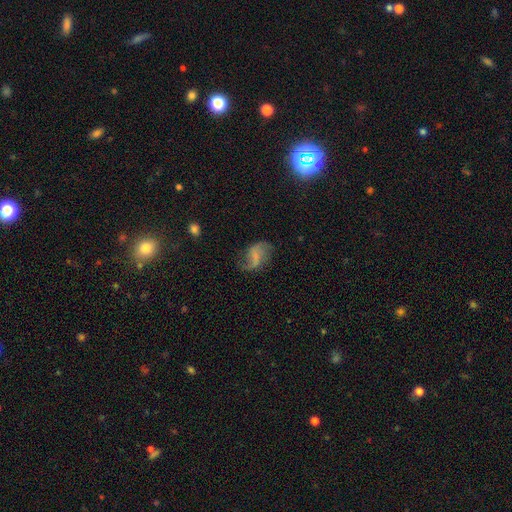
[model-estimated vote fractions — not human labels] Smooth or featured? featured or disk (68%)
Edge-on disk? no (98%)
Bar? weak (48%)
Spiral arms? yes (90%)
Spiral winding? loose (74%)
Spiral arm count? 2 (83%)
Bulge size? none (57%)
Merging? none (61%)